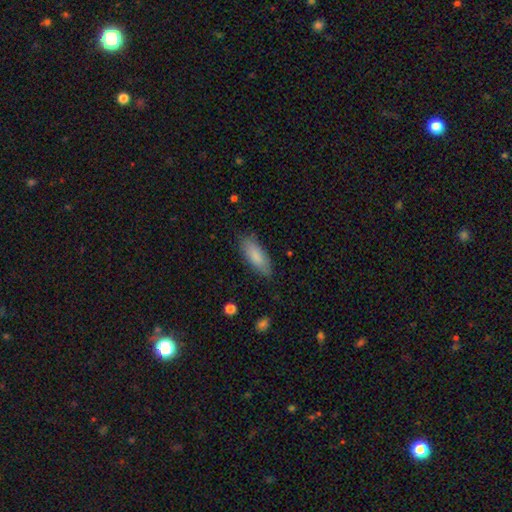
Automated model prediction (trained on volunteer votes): Smooth or featured? Predicted: smooth (p=0.85). How rounded? Predicted: in between (p=0.69). Merging? Predicted: none (p=0.82).